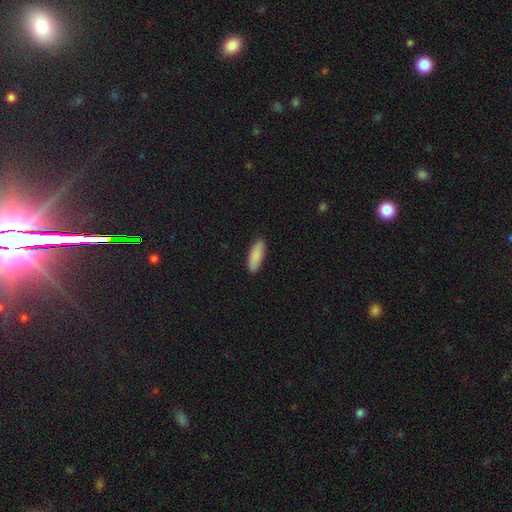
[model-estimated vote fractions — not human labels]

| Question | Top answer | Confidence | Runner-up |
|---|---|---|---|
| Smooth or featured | smooth | 88% | featured or disk (6%) |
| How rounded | in between | 64% | cigar-shaped (34%) |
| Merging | none | 88% | minor disturbance (9%) |